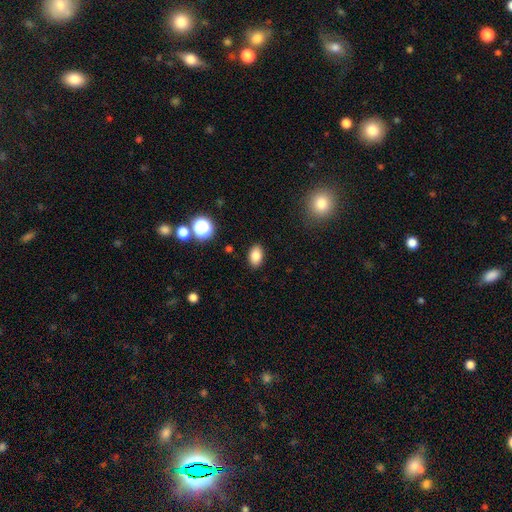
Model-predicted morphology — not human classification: Smooth or featured: smooth — 84% (star or artifact — 10%)
How rounded: in between — 86% (round — 13%)
Merging: none — 88% (minor disturbance — 8%)